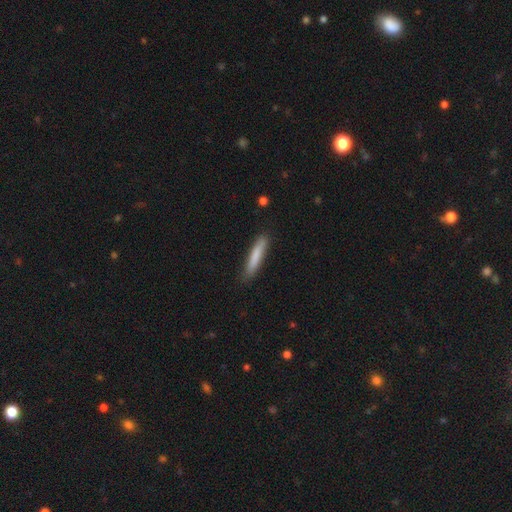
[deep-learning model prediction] Morphology: type=smooth (80%); roundness=cigar-shaped (91%); merging=none (84%).